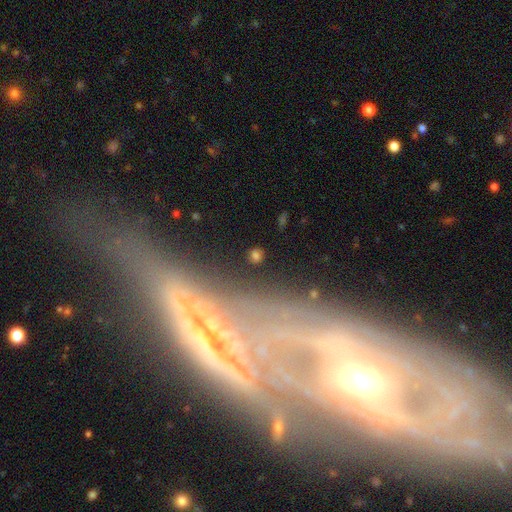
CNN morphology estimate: Smooth or featured? Predicted: smooth (p=0.66). How rounded? Predicted: round (p=0.77). Merging? Predicted: none (p=0.84).